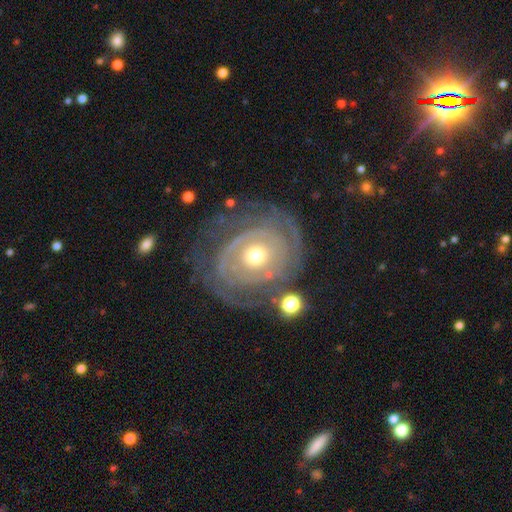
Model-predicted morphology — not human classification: featured or disk 82%, smooth 12%, star or artifact 6%. Down the decision tree: edge-on disk — no (97%); bar — no (85%); spiral arms — yes (82%); spiral arm count — can't tell (40%); spiral winding — tight (70%); bulge size — moderate (56%); merging — none (62%).